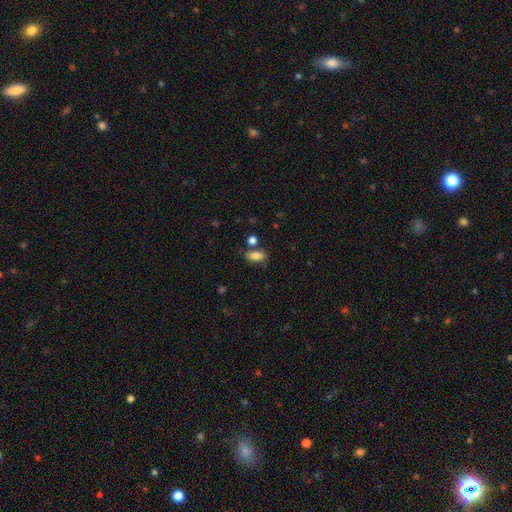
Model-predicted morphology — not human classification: smooth-or-featured: smooth: 82% | star or artifact: 10% | featured or disk: 9%
  how-rounded: in between: 87% | round: 8% | cigar-shaped: 5%
  merging: none: 60% | minor disturbance: 19% | merger: 14% | major disturbance: 7%